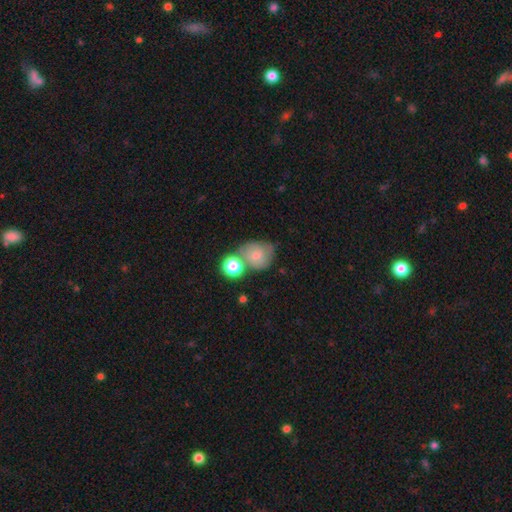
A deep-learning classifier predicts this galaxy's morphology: The model was most divided on "merging": none: 40%, merger: 31%, minor disturbance: 20%, major disturbance: 10%. More confident: how rounded — round (68%); smooth or featured — smooth (64%).